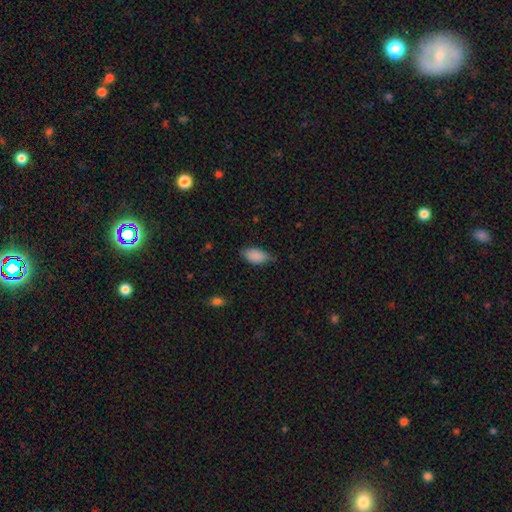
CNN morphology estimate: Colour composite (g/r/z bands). It shows a smooth galaxy with no disk features (88%) that is in between round and cigar-shaped (92%). Merging: none (65%).